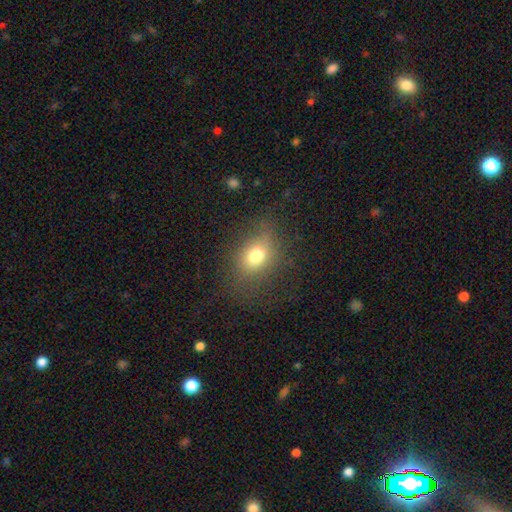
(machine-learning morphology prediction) Smooth or featured: smooth — 73% (star or artifact — 15%)
How rounded: in between — 58% (round — 41%)
Merging: none — 74% (minor disturbance — 16%)